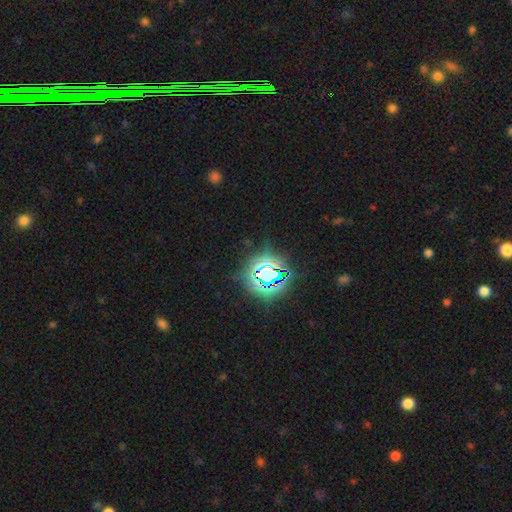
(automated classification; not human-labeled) A star or artifact, not a galaxy (80%).